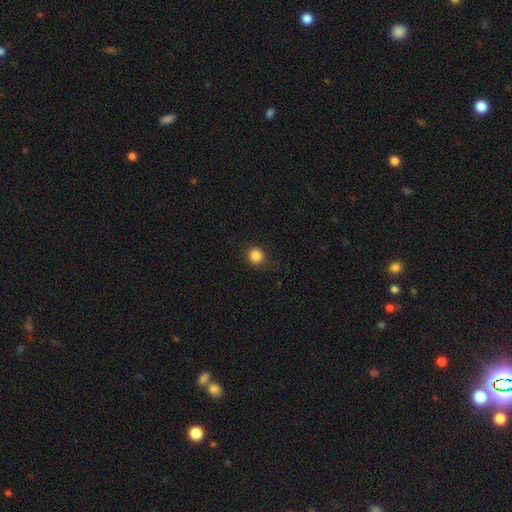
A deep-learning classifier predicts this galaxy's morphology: A smooth galaxy with no disk features (85%) that is round (91%).

Vote fractions:
- Smooth or featured? smooth: 85% / star or artifact: 11% / featured or disk: 4%
- How rounded? round: 91% / in between: 8% / cigar-shaped: 1%
- Merging? none: 87% / minor disturbance: 9% / major disturbance: 3% / merger: 1%